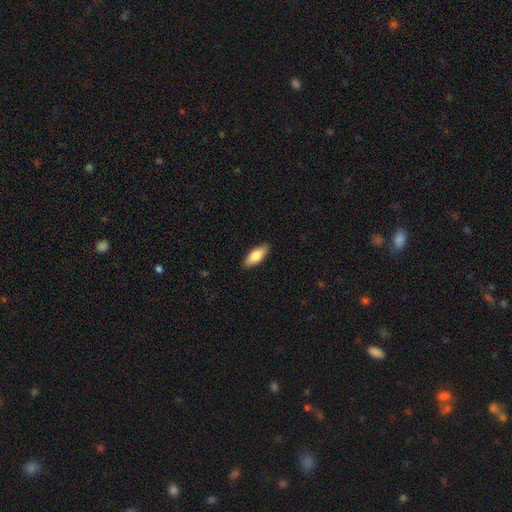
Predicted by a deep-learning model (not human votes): Smooth or featured? Predicted: smooth (p=0.78). How rounded? Predicted: in between (p=0.77). Merging? Predicted: none (p=0.89).